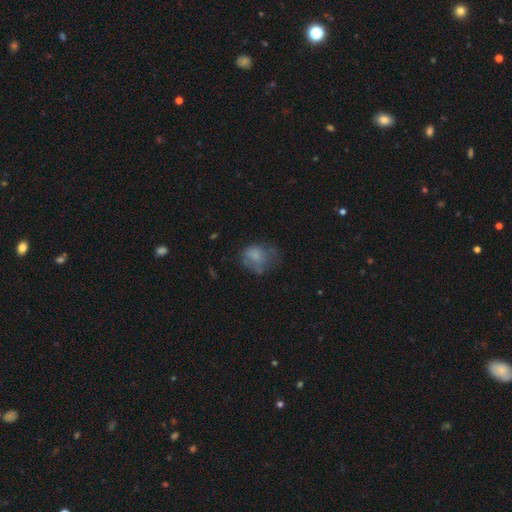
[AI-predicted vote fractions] Q: Smooth or featured?
A: smooth (64%); runner-up: featured or disk (24%)
Q: How rounded?
A: round (53%); runner-up: in between (46%)
Q: Merging?
A: none (40%); runner-up: major disturbance (29%)